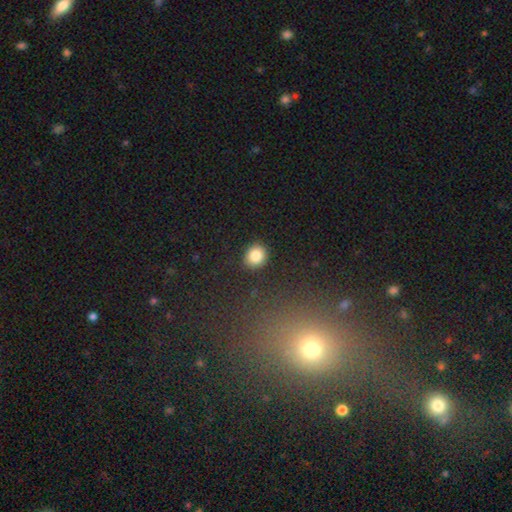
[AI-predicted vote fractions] Morphology: type=smooth (85%); roundness=round (78%); merging=none (87%).